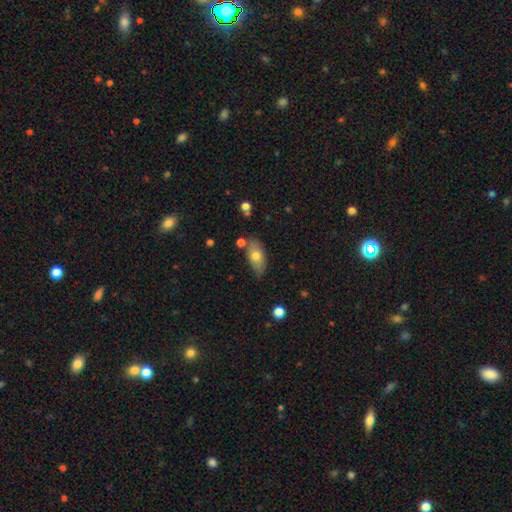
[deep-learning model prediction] The model was most divided on "merging": none: 67%, minor disturbance: 21%, merger: 8%, major disturbance: 4%. More confident: how rounded — in between (88%); smooth or featured — smooth (70%).